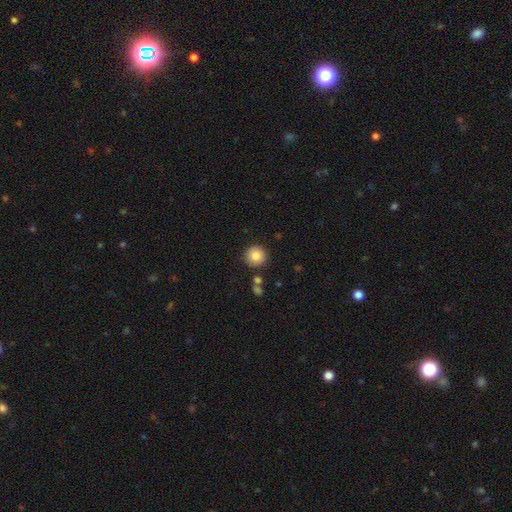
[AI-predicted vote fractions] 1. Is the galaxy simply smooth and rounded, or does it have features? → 86% smooth, 9% star or artifact, 5% featured or disk.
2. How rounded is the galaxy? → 94% round, 5% in between, 1% cigar-shaped.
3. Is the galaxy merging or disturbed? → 87% none, 7% minor disturbance, 4% merger, 2% major disturbance.